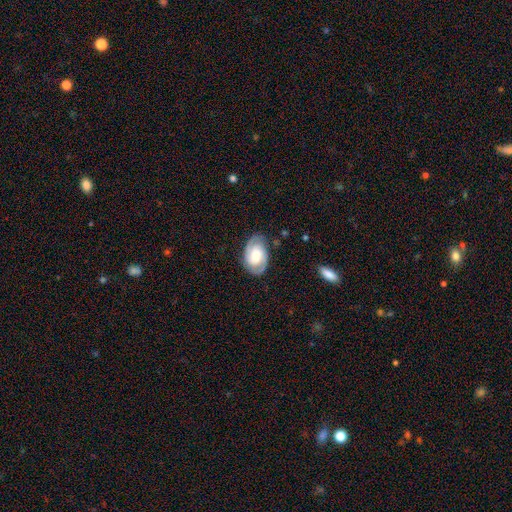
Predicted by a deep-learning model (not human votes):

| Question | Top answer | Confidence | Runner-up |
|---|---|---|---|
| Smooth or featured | featured or disk | 77% | smooth (17%) |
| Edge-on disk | no | 97% | yes (3%) |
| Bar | no | 55% | weak (36%) |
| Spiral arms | yes | 94% | no (6%) |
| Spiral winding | tight | 55% | medium (37%) |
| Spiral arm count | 2 | 85% | can't tell (8%) |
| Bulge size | moderate | 58% | small (22%) |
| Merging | none | 80% | minor disturbance (14%) |